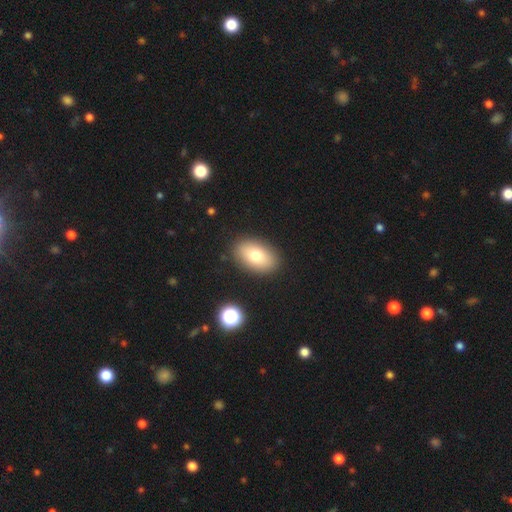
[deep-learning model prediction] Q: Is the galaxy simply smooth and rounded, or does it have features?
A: smooth — 75%.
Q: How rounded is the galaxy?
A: in between — 89%.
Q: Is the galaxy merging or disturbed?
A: none — 88%.